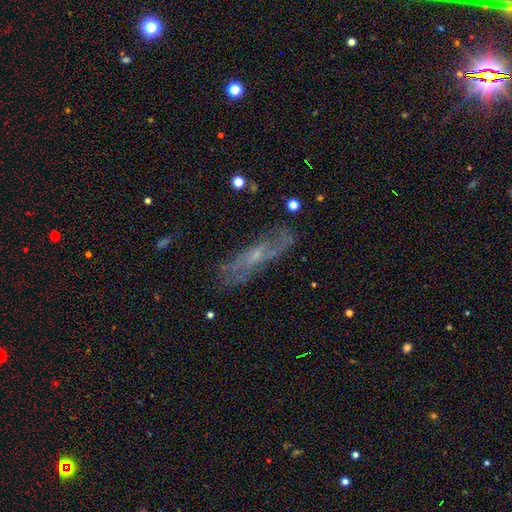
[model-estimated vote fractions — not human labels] featured or disk 64%, smooth 26%, star or artifact 10%. Down the decision tree: edge-on disk — no (67%); merging — none (65%).